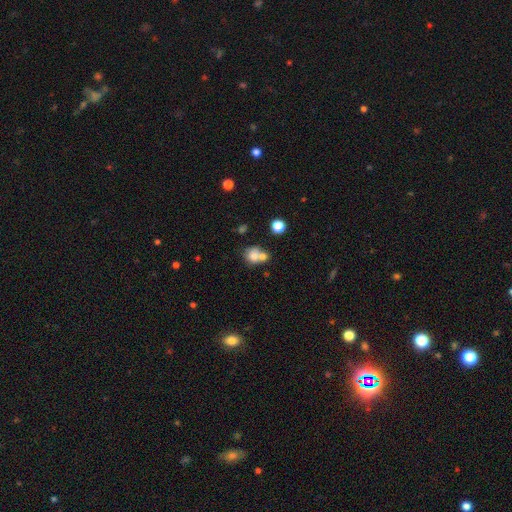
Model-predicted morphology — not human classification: This appears to be a smooth galaxy with no disk features (72%) that is round (73%). Merging: merger (54%).